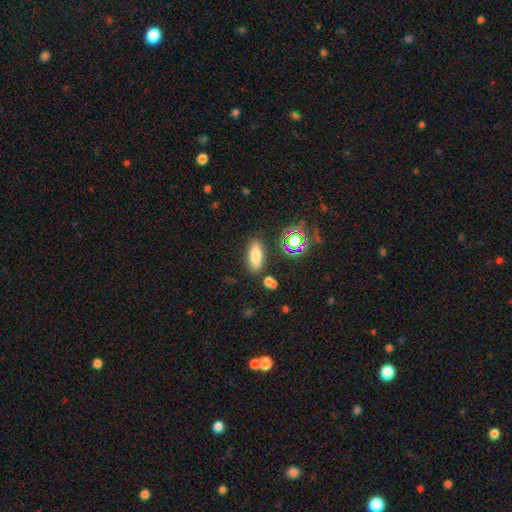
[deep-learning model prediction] smooth-or-featured: smooth: 74% | star or artifact: 14% | featured or disk: 12%
  how-rounded: in between: 70% | cigar-shaped: 25% | round: 5%
  merging: none: 81% | minor disturbance: 10% | merger: 5% | major disturbance: 3%